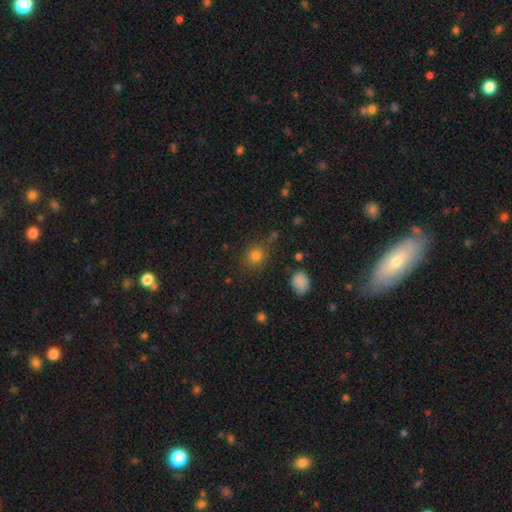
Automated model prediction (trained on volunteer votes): Smooth or featured? smooth (80%)
How rounded? round (81%)
Merging? none (81%)